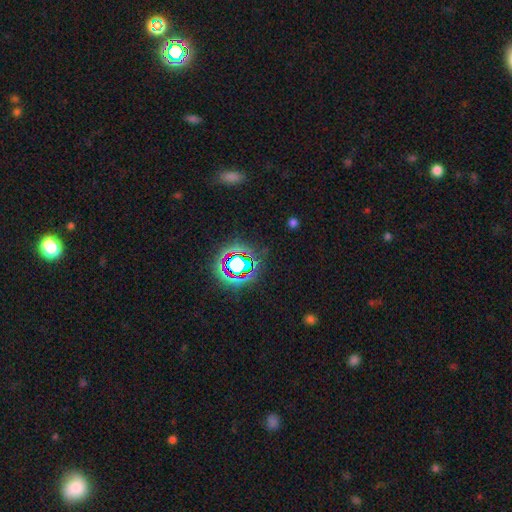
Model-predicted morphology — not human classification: smooth_or_featured: star or artifact (p=0.73) [alt: smooth p=0.16]